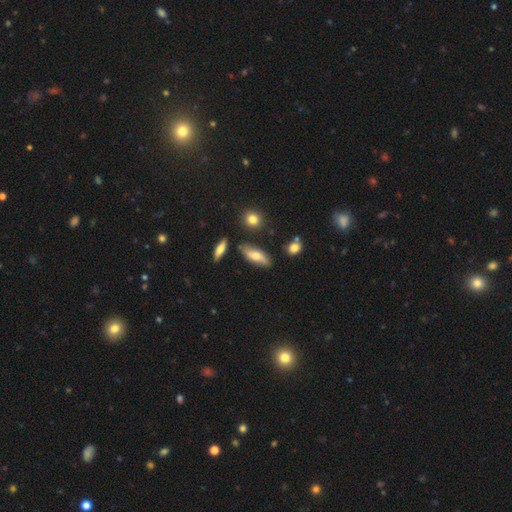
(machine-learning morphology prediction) smooth_or_featured: smooth (p=0.57) [alt: featured or disk p=0.35]
how_rounded: in between (p=0.65) [alt: cigar-shaped p=0.32]
merging: none (p=0.74) [alt: minor disturbance p=0.17]